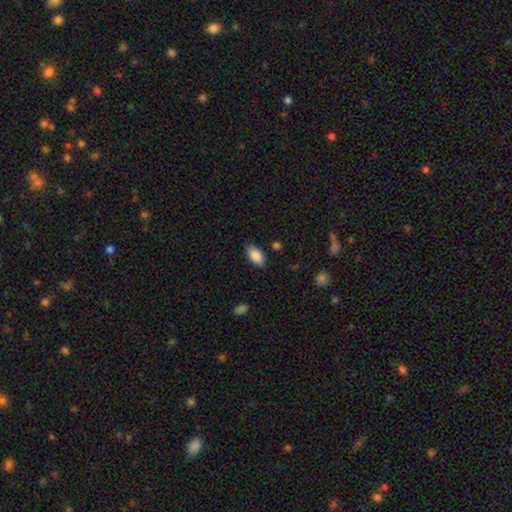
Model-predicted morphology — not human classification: Smooth or featured: smooth — 88% (star or artifact — 7%)
How rounded: in between — 93% (round — 4%)
Merging: none — 81% (minor disturbance — 15%)